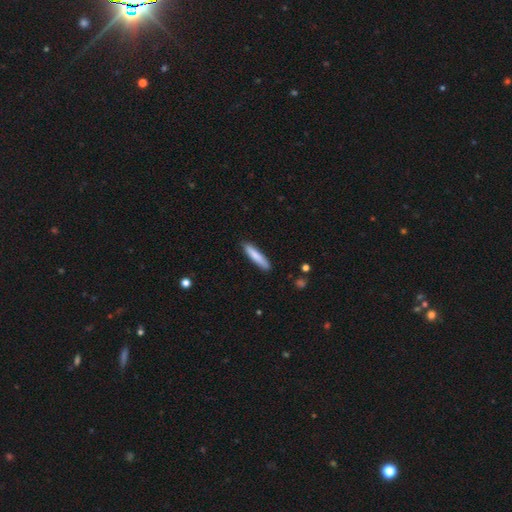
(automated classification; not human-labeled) A smooth galaxy with no disk features (80%) that is cigar-shaped (88%).

Vote fractions:
- Smooth or featured? smooth: 80% / featured or disk: 14% / star or artifact: 5%
- How rounded? cigar-shaped: 88% / in between: 11% / round: 1%
- Merging? none: 89% / minor disturbance: 9% / major disturbance: 2% / merger: 1%